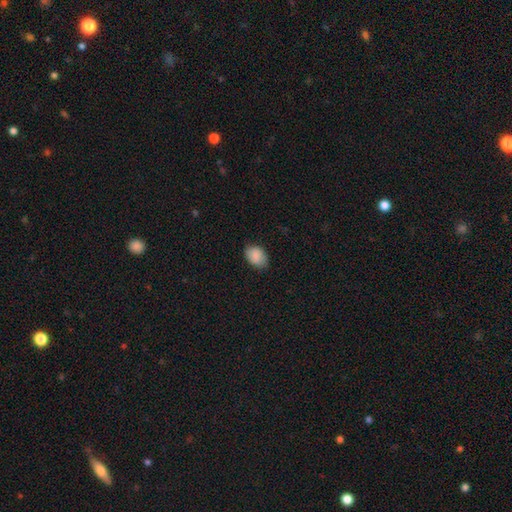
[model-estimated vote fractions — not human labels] smooth_or_featured: smooth (p=0.86) [alt: featured or disk p=0.07]
how_rounded: in between (p=0.81) [alt: round p=0.18]
merging: none (p=0.77) [alt: minor disturbance p=0.19]